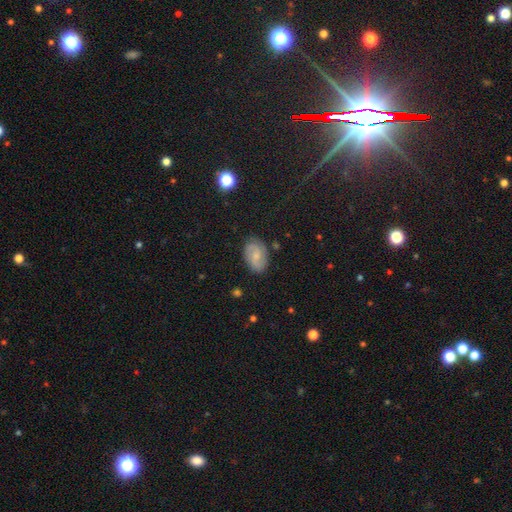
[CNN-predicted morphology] This appears to be a featured or disk galaxy (54%) with no bar (52%), spiral arms (88%) and a small central bulge (56%). Merging: none (81%).